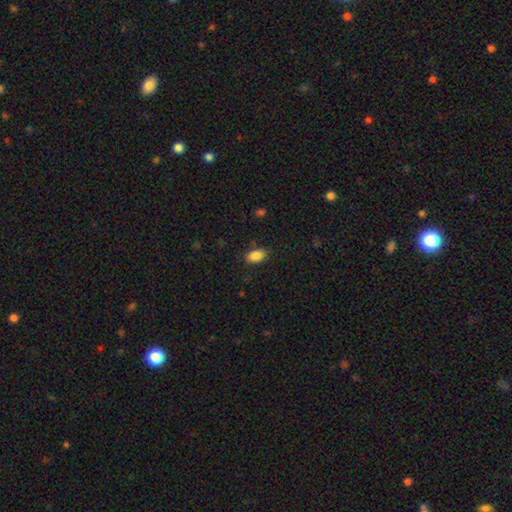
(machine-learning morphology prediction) Smooth or featured? smooth (88%)
How rounded? in between (91%)
Merging? none (82%)